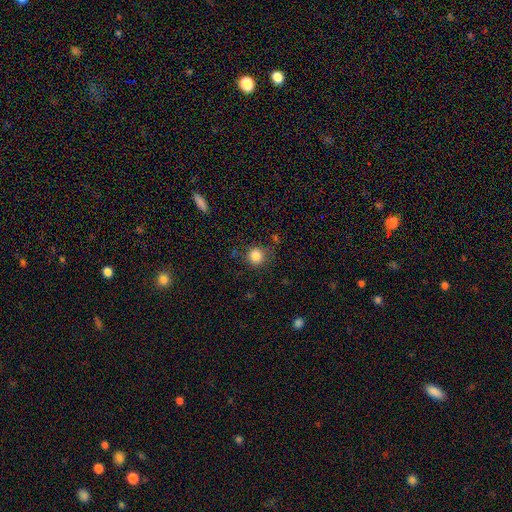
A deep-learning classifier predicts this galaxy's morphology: The model was most divided on "merging": none: 81%, minor disturbance: 12%, major disturbance: 4%, merger: 2%. More confident: how rounded — round (91%); smooth or featured — smooth (85%).